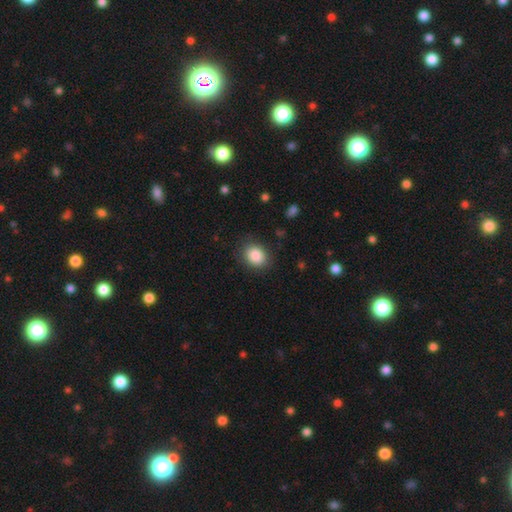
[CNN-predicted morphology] Smooth or featured?
  - smooth: 87% *
  - star or artifact: 8%
  - featured or disk: 4%
How rounded?
  - round: 53% *
  - in between: 46%
  - cigar-shaped: 1%
Merging?
  - none: 85% *
  - minor disturbance: 10%
  - major disturbance: 3%
  - merger: 1%